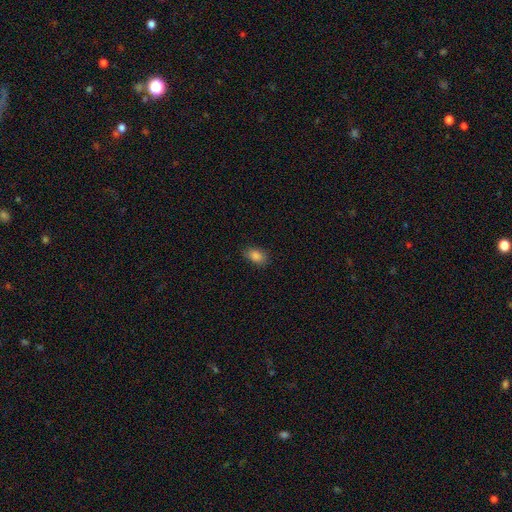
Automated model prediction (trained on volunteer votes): Smooth or featured?
  - smooth: 86% *
  - star or artifact: 9%
  - featured or disk: 5%
How rounded?
  - in between: 87% *
  - round: 11%
  - cigar-shaped: 2%
Merging?
  - none: 84% *
  - minor disturbance: 13%
  - major disturbance: 3%
  - merger: 1%